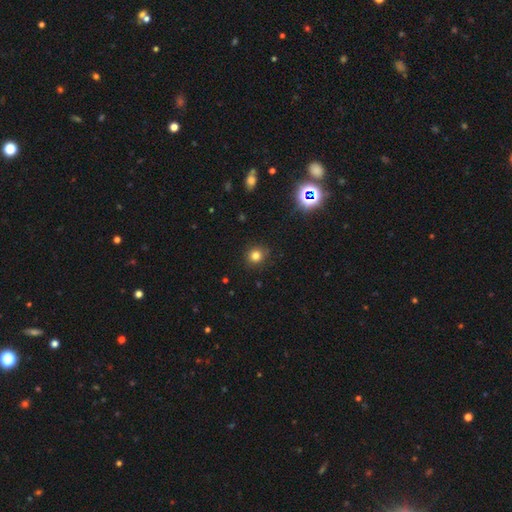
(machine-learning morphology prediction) Q: Smooth or featured?
A: smooth (79%); runner-up: star or artifact (15%)
Q: How rounded?
A: round (89%); runner-up: in between (10%)
Q: Merging?
A: none (89%); runner-up: minor disturbance (8%)